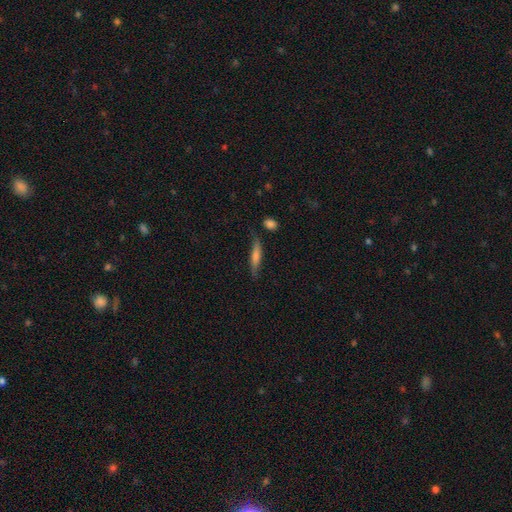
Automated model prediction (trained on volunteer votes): Smooth or featured? Predicted: smooth (p=0.59). How rounded? Predicted: cigar-shaped (p=0.83). Merging? Predicted: none (p=0.71).